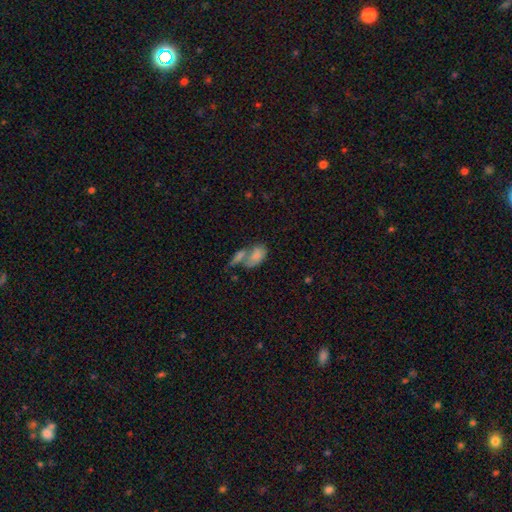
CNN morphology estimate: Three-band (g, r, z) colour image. It shows a smooth galaxy with no disk features (74%) that is in between round and cigar-shaped (90%). Merging: merger (57%).